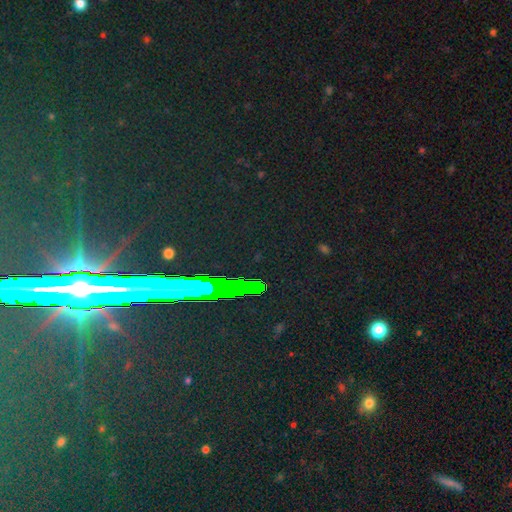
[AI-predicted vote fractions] Q: Smooth or featured?
A: star or artifact (82%); runner-up: featured or disk (10%)